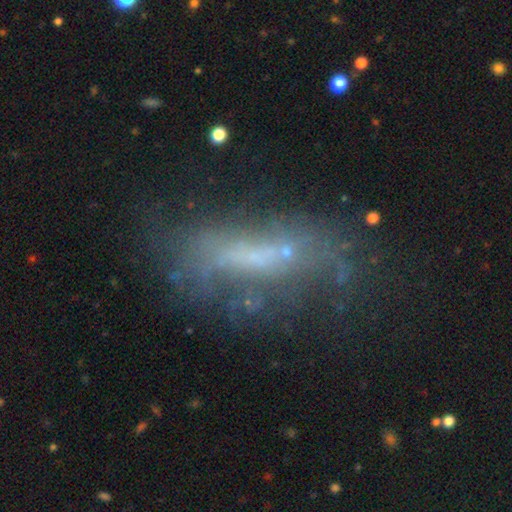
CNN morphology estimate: smooth_or_featured: featured or disk (p=0.50) [alt: smooth p=0.34]
disk_edge_on: no (p=0.75) [alt: yes p=0.25]
merging: none (p=0.47) [alt: major disturbance p=0.24]